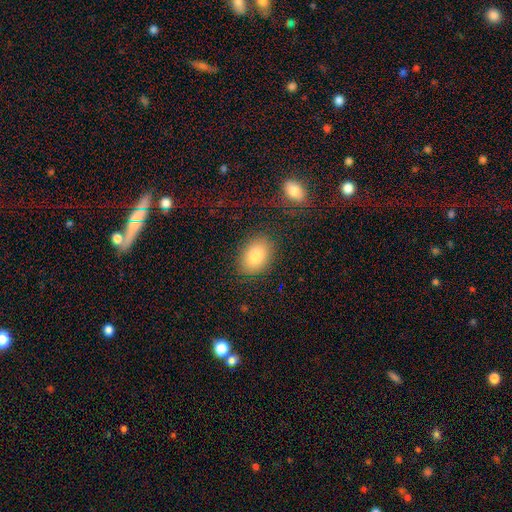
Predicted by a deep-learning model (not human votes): Smooth or featured? smooth (82%)
How rounded? in between (83%)
Merging? none (84%)